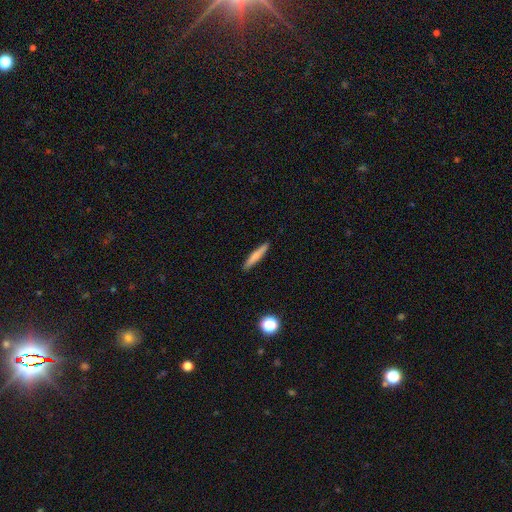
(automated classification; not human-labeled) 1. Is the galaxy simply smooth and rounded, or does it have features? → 71% smooth, 22% featured or disk, 6% star or artifact.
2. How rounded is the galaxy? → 93% cigar-shaped, 5% in between, 1% round.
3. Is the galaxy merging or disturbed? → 91% none, 7% minor disturbance, 1% major disturbance, 1% merger.